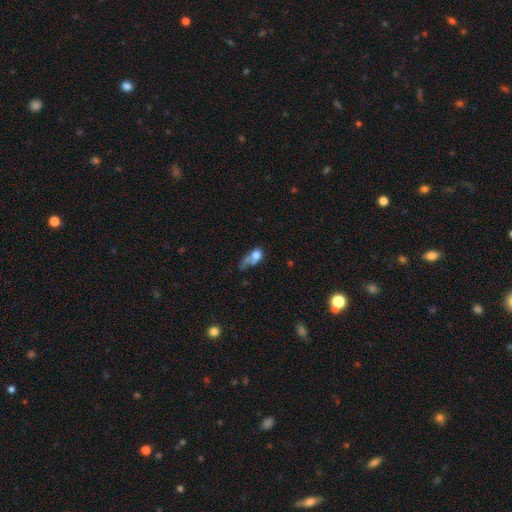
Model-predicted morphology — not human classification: Overall: smooth (62%; featured or disk 26%). How rounded: in between (64%; round 27%). Merging: major disturbance (40%; merger 22%).